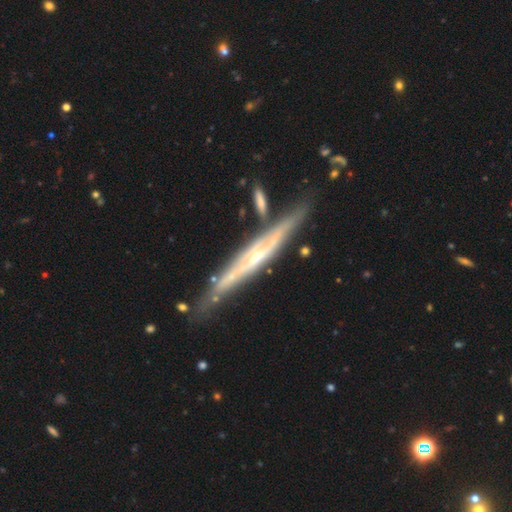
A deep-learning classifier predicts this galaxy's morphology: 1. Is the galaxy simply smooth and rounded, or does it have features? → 82% featured or disk, 12% smooth, 6% star or artifact.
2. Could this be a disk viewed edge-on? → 83% yes, 17% no.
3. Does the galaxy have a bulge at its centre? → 66% rounded, 28% none, 6% boxy.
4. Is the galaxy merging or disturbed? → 73% none, 16% minor disturbance, 7% merger, 4% major disturbance.